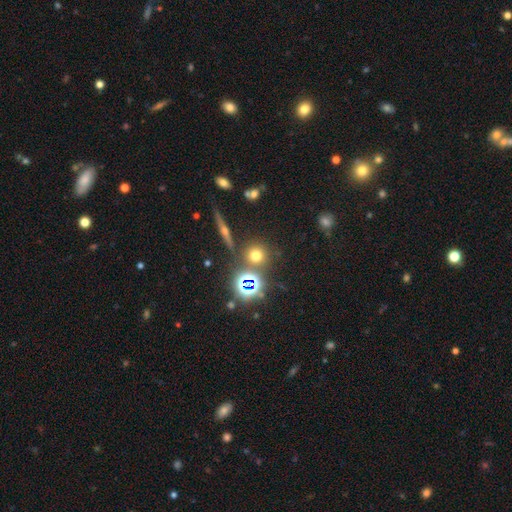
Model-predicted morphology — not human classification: Overall: smooth (57%; star or artifact 31%). How rounded: round (90%). Merging: none (81%).